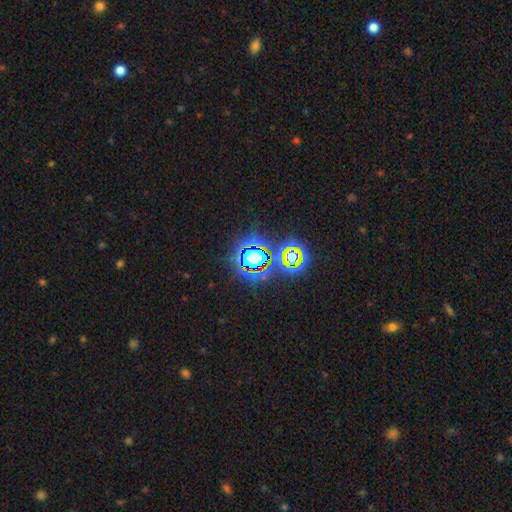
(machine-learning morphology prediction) The model was most divided on "smooth or featured": star or artifact: 79%, smooth: 13%, featured or disk: 8%.